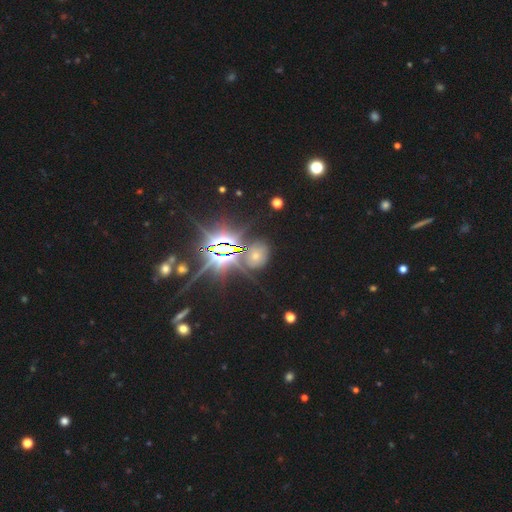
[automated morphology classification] smooth_or_featured: star or artifact (p=0.52) [alt: smooth p=0.28]